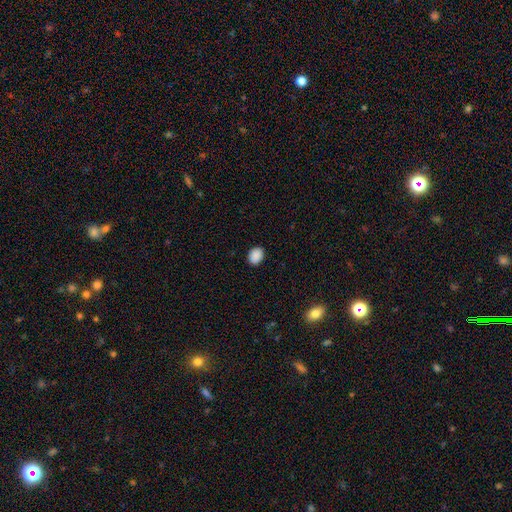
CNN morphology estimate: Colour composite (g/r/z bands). It shows a smooth galaxy with no disk features (90%) that is in between round and cigar-shaped (61%). Merging: none (89%).